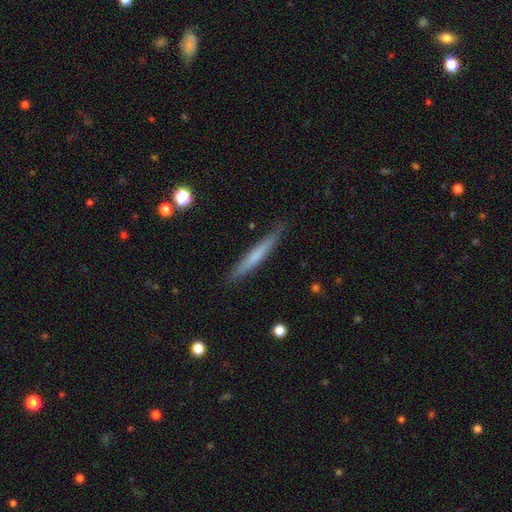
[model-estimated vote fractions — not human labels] smooth-or-featured: smooth: 59% | featured or disk: 35% | star or artifact: 6%
  how-rounded: cigar-shaped: 96% | in between: 3% | round: 1%
  merging: none: 87% | minor disturbance: 10% | major disturbance: 2% | merger: 1%